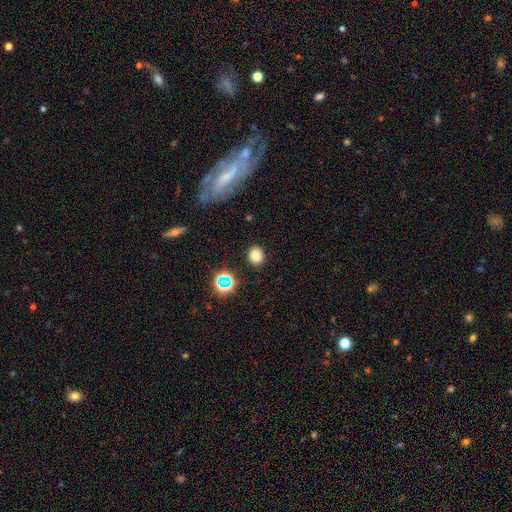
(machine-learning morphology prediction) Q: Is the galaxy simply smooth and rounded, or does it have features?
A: smooth — 78%.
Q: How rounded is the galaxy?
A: round — 63%.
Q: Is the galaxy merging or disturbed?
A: none — 88%.